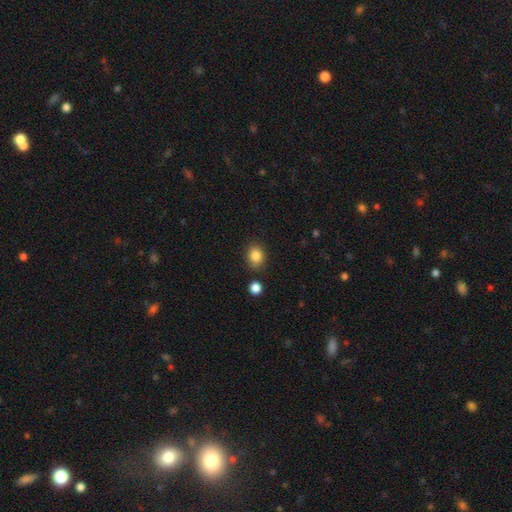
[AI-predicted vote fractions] Smooth or featured? smooth (85%)
How rounded? round (59%)
Merging? none (78%)